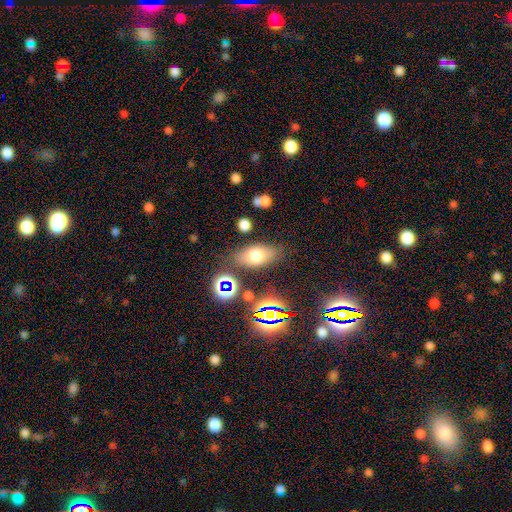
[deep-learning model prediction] This appears to be a smooth galaxy with no disk features (67%) that is in between round and cigar-shaped (85%). Merging: none (77%).